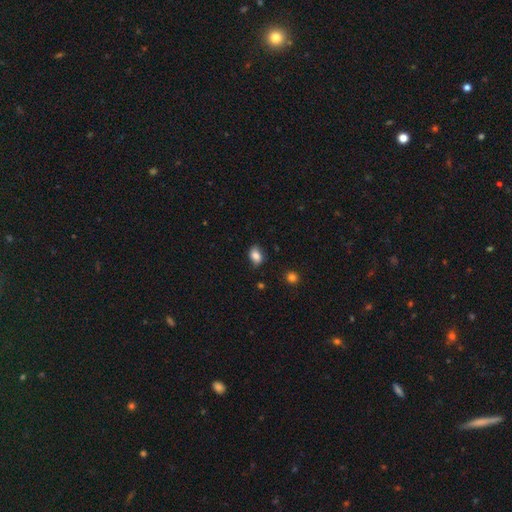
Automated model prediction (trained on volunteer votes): Morphology: type=smooth (83%); roundness=in between (77%); merging=none (75%).